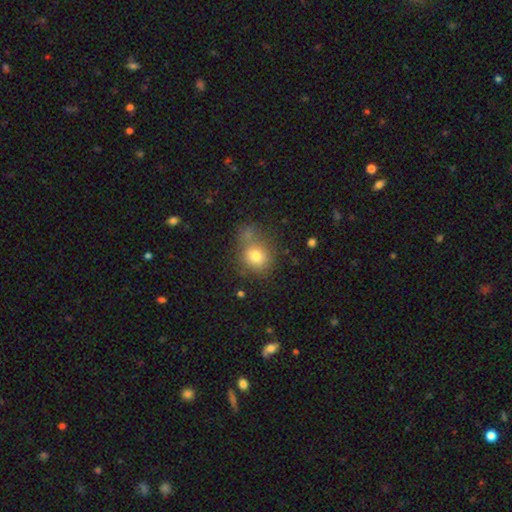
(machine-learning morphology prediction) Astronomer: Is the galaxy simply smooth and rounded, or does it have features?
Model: smooth — 76%.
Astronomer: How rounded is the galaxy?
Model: round — 75%.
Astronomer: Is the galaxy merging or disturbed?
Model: none — 52%.